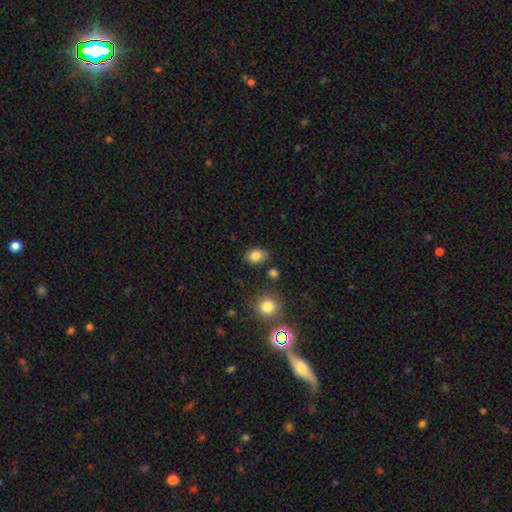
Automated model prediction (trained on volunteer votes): Overall: smooth (83%). How rounded: in between (55%; round 44%). Merging: none (82%).